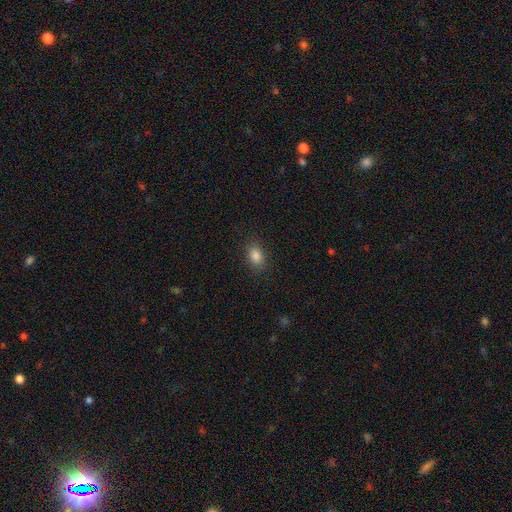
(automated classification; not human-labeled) Smooth or featured: smooth — 85% (star or artifact — 10%)
How rounded: in between — 80% (round — 18%)
Merging: none — 87% (minor disturbance — 9%)